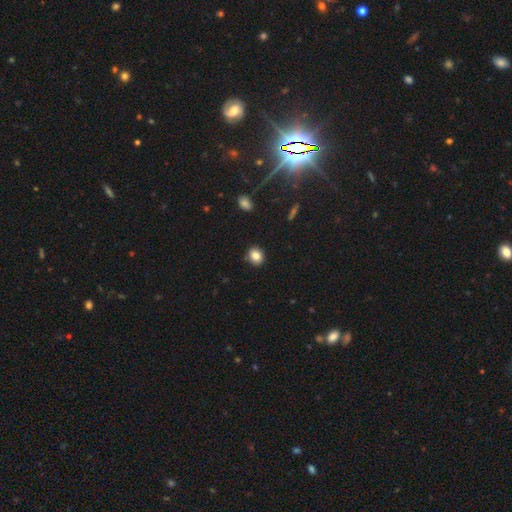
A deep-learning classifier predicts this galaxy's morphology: Smooth or featured? Predicted: smooth (p=0.84). How rounded? Predicted: round (p=0.61). Merging? Predicted: none (p=0.88).